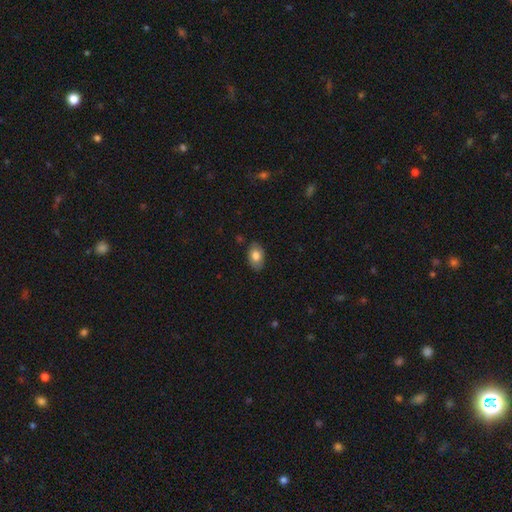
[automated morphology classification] Smooth or featured? Predicted: smooth (p=0.77). How rounded? Predicted: in between (p=0.90). Merging? Predicted: none (p=0.84).